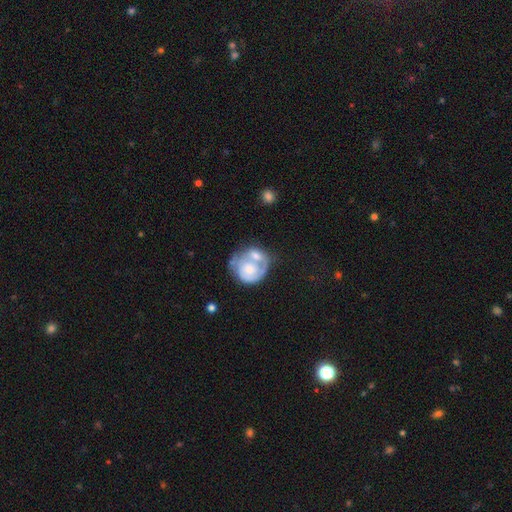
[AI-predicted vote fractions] A featured or disk galaxy (59%) with no bar (83%), spiral arms (57%) and a moderate central bulge (41%).

Vote fractions:
- Smooth or featured? featured or disk: 59% / smooth: 36% / star or artifact: 6%
- Edge-on disk? no: 98% / yes: 2%
- Bar? no: 83% / weak: 14% / strong: 3%
- Spiral arms? yes: 57% / no: 43%
- Bulge size? moderate: 41% / small: 26% / large: 16% / none: 14% / dominant: 3%
- Merging? merger: 37% / none: 31% / minor disturbance: 17% / major disturbance: 15%